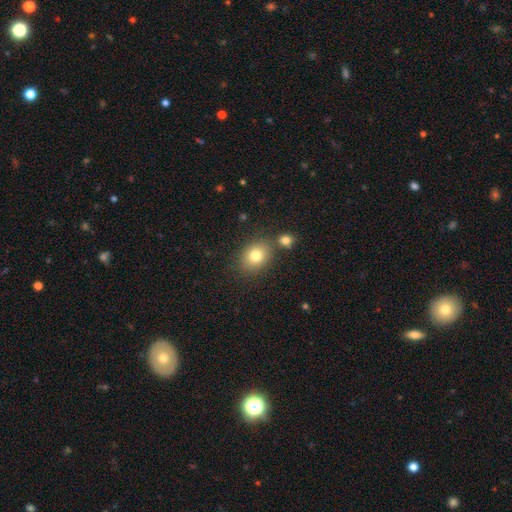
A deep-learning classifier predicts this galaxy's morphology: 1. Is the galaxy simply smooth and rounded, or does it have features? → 79% smooth, 10% star or artifact, 10% featured or disk.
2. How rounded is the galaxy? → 55% in between, 44% round, 1% cigar-shaped.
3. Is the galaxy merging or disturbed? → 73% none, 13% merger, 11% minor disturbance, 3% major disturbance.